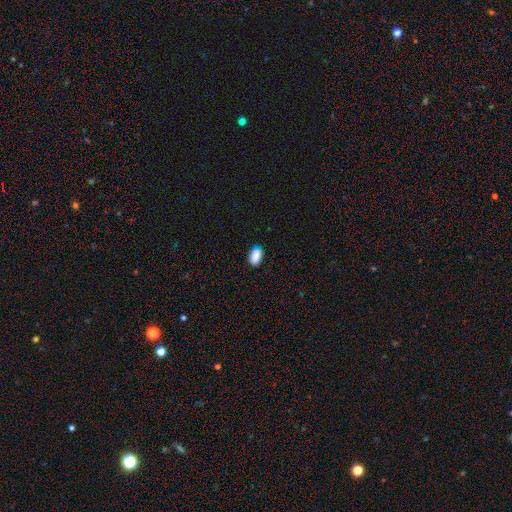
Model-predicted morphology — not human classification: Smooth or featured?
  - smooth: 88% *
  - star or artifact: 8%
  - featured or disk: 4%
How rounded?
  - in between: 90% *
  - round: 8%
  - cigar-shaped: 2%
Merging?
  - none: 83% *
  - minor disturbance: 13%
  - major disturbance: 2%
  - merger: 2%